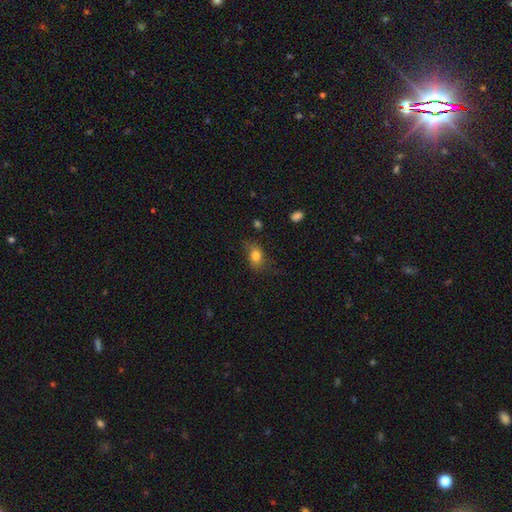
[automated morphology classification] Smooth or featured: smooth — 81% (star or artifact — 10%)
How rounded: in between — 72% (round — 26%)
Merging: none — 68% (minor disturbance — 23%)